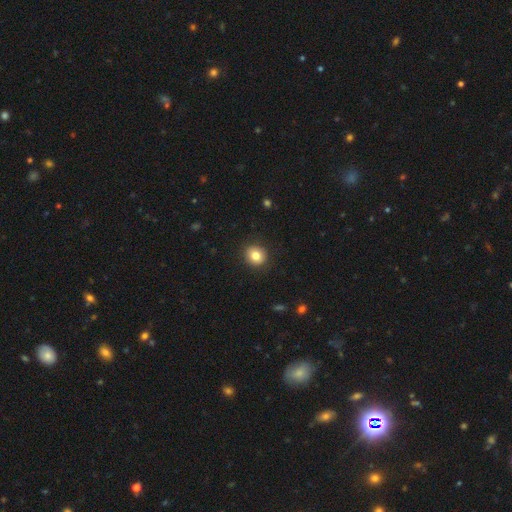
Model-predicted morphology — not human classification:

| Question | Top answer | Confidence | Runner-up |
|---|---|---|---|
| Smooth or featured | smooth | 82% | star or artifact (10%) |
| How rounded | round | 80% | in between (19%) |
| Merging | none | 91% | minor disturbance (6%) |